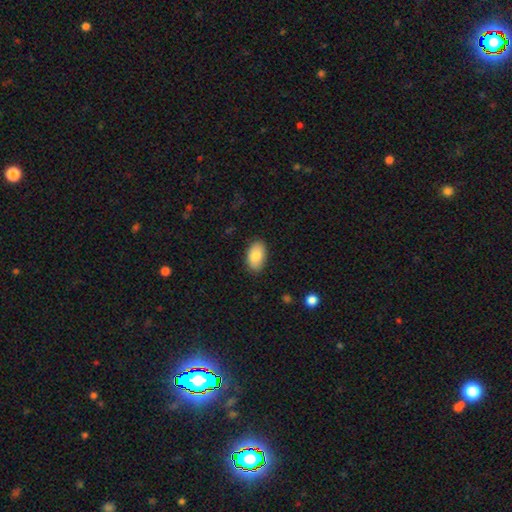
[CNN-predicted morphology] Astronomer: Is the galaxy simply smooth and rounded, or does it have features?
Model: smooth — 84%.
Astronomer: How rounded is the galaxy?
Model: in between — 93%.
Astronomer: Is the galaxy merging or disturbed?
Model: none — 86%.